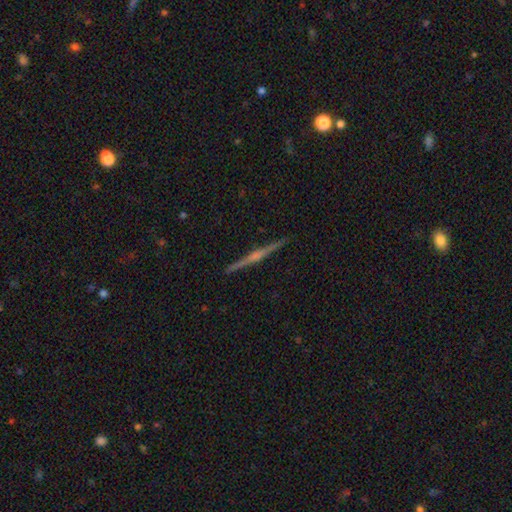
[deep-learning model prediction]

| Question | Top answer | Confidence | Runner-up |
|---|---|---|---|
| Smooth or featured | featured or disk | 80% | smooth (14%) |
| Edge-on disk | yes | 99% | no (1%) |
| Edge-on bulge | rounded | 73% | none (15%) |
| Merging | none | 93% | minor disturbance (5%) |